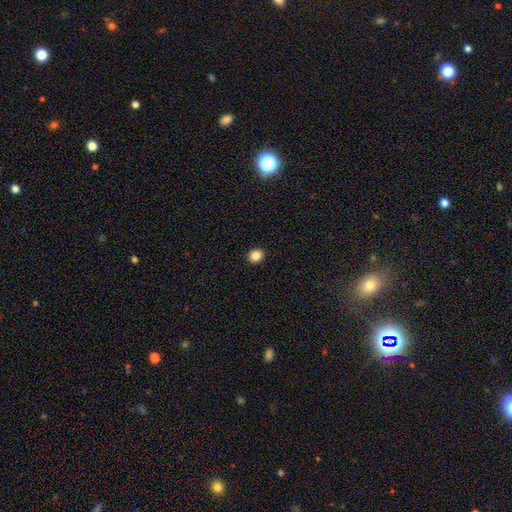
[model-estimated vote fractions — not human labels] A smooth galaxy with no disk features (86%) that is round (79%). Merging: none (92%).